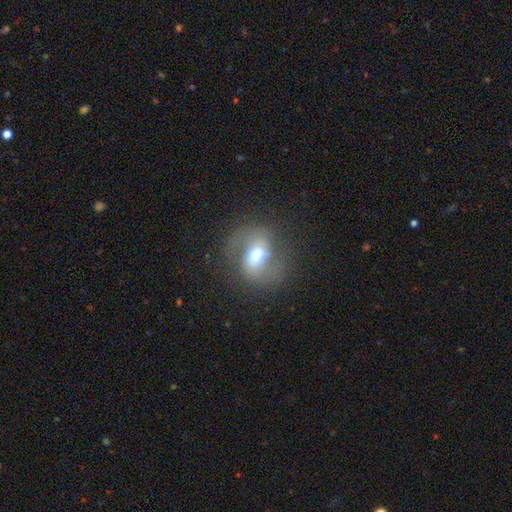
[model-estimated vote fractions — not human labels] Smooth or featured? featured or disk (61%)
Edge-on disk? no (95%)
Bar? weak (41%)
Spiral arms? yes (73%)
Bulge size? moderate (67%)
Merging? none (67%)